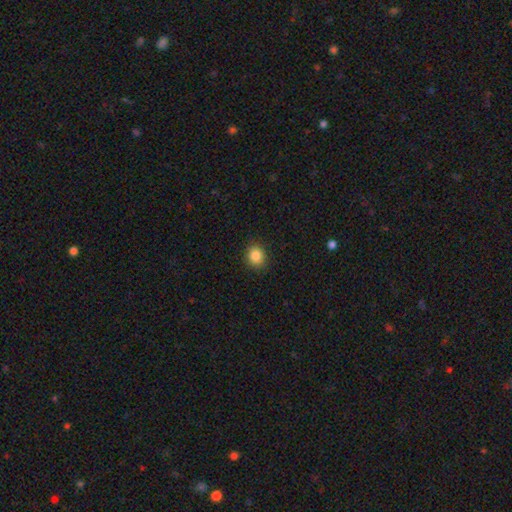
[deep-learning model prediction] Morphology: type=smooth (85%); roundness=round (79%); merging=none (88%).